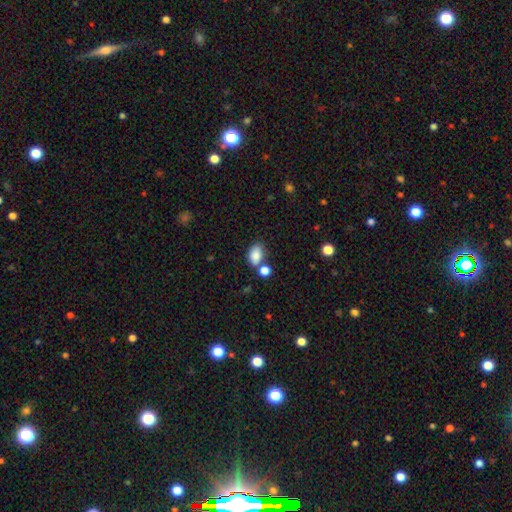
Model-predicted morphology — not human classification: A smooth galaxy with no disk features (85%) that is in between round and cigar-shaped (86%). Merging: none (60%).